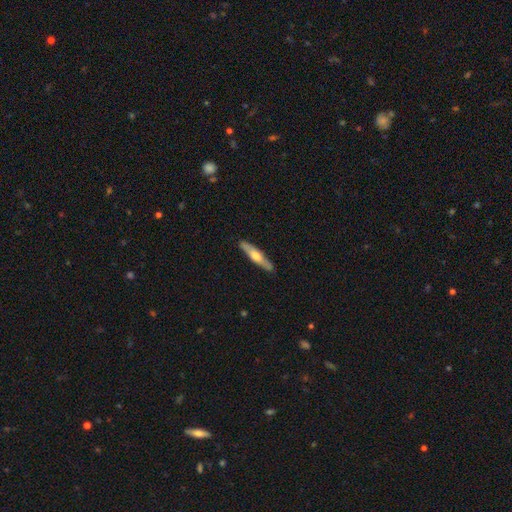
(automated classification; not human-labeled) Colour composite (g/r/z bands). It shows a featured or disk galaxy (50%). Merging: none (88%).